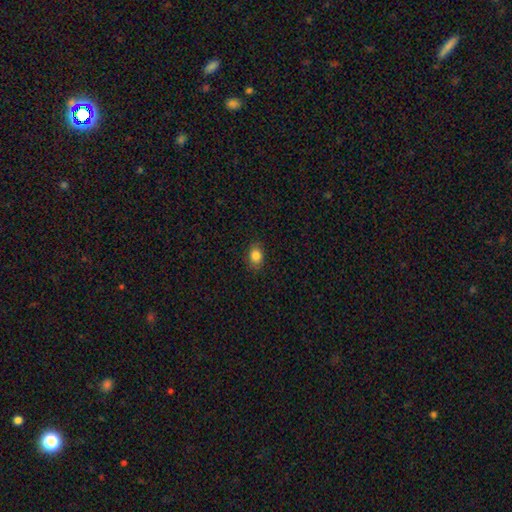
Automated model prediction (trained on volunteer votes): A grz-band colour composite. It shows a smooth galaxy with no disk features (84%) that is in between round and cigar-shaped (63%). Merging: none (84%).